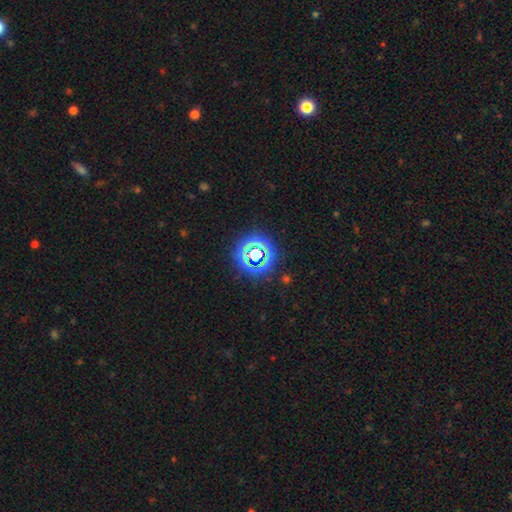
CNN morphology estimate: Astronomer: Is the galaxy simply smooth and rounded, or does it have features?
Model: star or artifact — 72%.